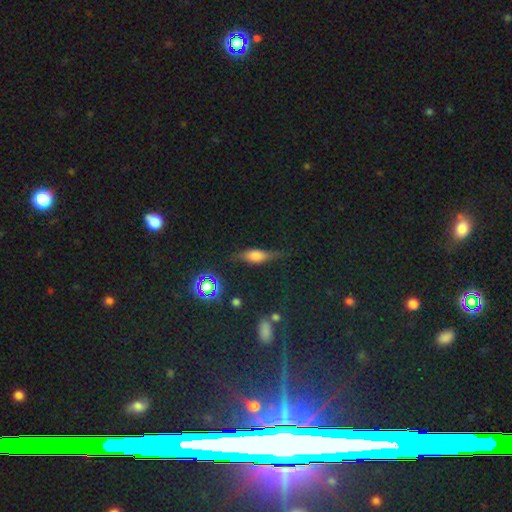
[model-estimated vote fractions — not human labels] A smooth galaxy with no disk features (47%). Merging: none (70%).